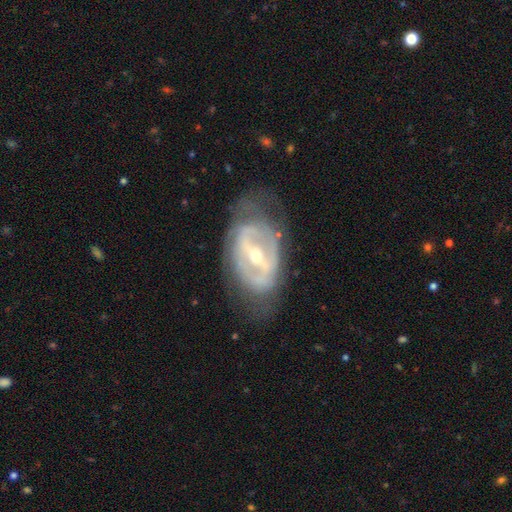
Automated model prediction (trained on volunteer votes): Smooth or featured? featured or disk (82%)
Edge-on disk? no (93%)
Bar? strong (58%)
Spiral arms? yes (55%)
Bulge size? small (55%)
Merging? none (60%)